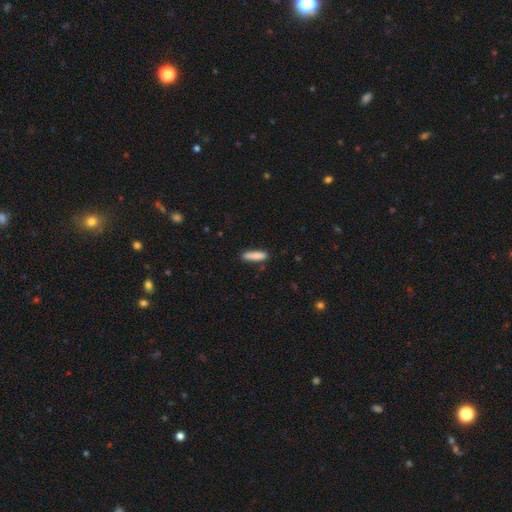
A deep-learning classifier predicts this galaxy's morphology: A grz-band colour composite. It shows a smooth galaxy with no disk features (86%) that is cigar-shaped (73%). Merging: none (81%).